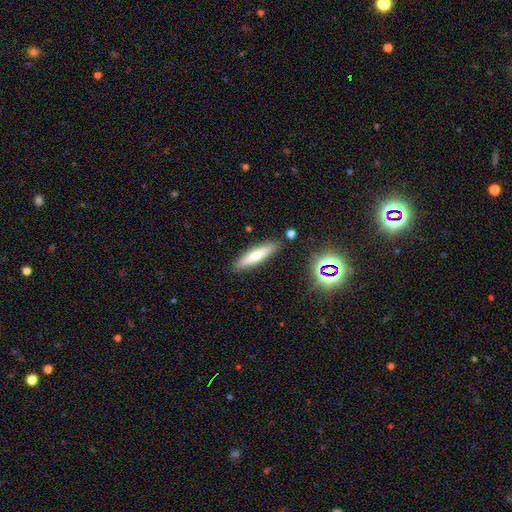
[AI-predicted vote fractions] This appears to be a smooth galaxy with no disk features (62%) that is cigar-shaped (80%). Merging: none (87%).